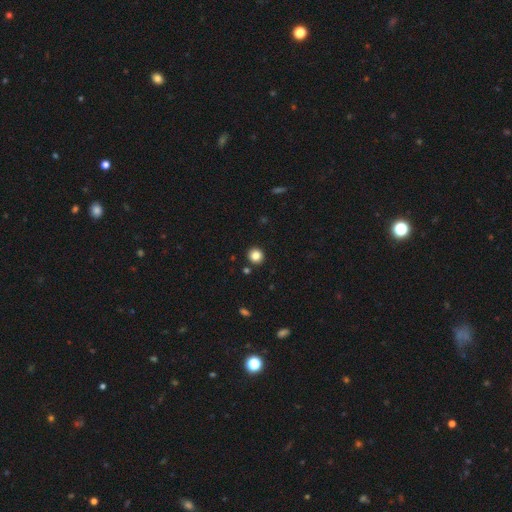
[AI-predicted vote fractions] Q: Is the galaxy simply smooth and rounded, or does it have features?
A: smooth — 84%.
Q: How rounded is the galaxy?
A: round — 92%.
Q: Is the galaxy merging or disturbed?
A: none — 91%.